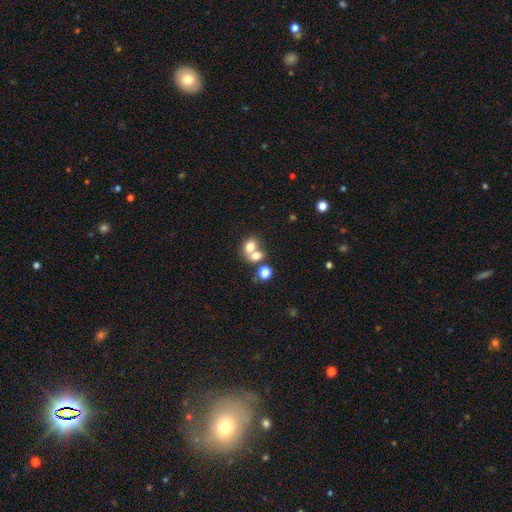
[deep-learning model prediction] Smooth or featured: smooth — 72% (featured or disk — 16%)
How rounded: round — 58% (in between — 41%)
Merging: merger — 60% (none — 30%)